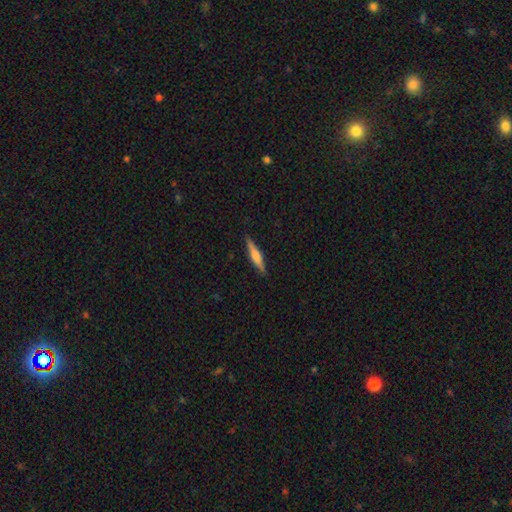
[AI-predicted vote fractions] A featured or disk galaxy (51%) viewed edge-on (97%). Merging: none (90%).